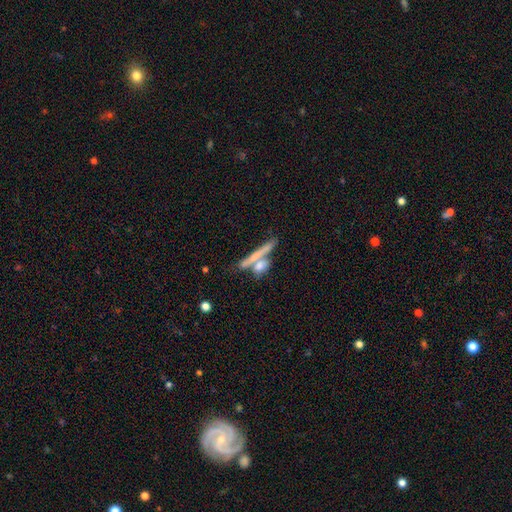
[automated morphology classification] Q: Smooth or featured?
A: smooth (53%); runner-up: featured or disk (38%)
Q: How rounded?
A: cigar-shaped (75%); runner-up: in between (15%)
Q: Merging?
A: none (49%); runner-up: merger (37%)